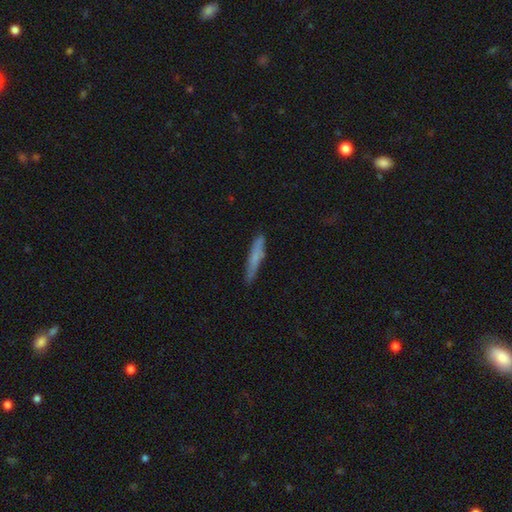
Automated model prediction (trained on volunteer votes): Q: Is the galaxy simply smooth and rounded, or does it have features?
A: smooth — 69%.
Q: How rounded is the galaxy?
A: cigar-shaped — 94%.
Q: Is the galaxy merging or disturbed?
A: none — 84%.